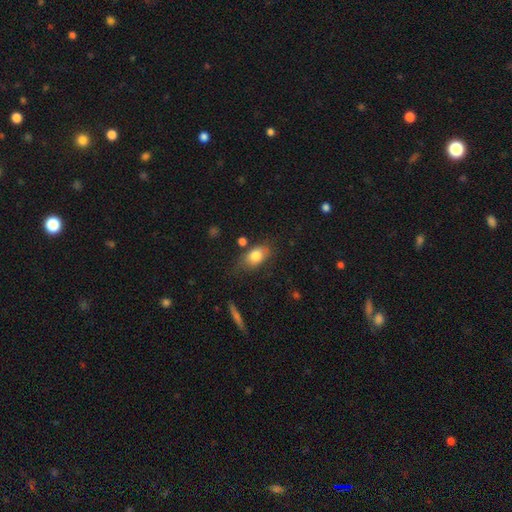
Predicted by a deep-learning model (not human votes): smooth 79%, featured or disk 13%, star or artifact 7%. Down the decision tree: how rounded — in between (87%); merging — none (67%).